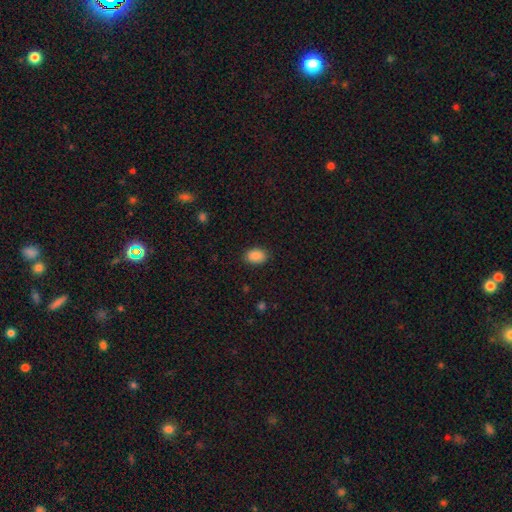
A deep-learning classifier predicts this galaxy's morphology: This appears to be a smooth galaxy with no disk features (89%) that is in between round and cigar-shaped (84%). Merging: none (87%).